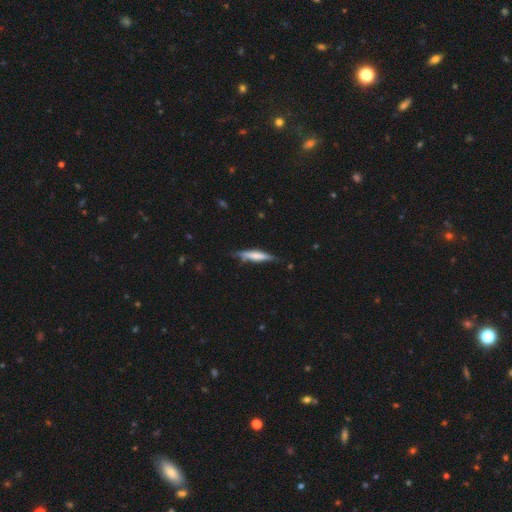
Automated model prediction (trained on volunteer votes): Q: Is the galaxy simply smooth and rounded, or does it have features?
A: smooth — 58%.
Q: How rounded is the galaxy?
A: cigar-shaped — 87%.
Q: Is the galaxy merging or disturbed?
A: none — 77%.